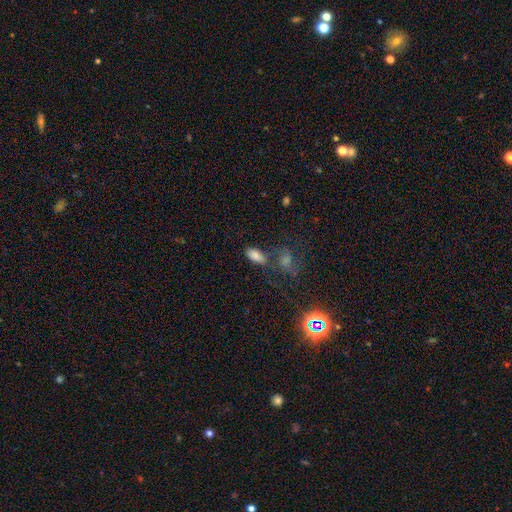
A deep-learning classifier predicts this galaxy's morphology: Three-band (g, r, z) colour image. It shows a smooth galaxy with no disk features (80%) that is in between round and cigar-shaped (88%). Merging: none (56%).